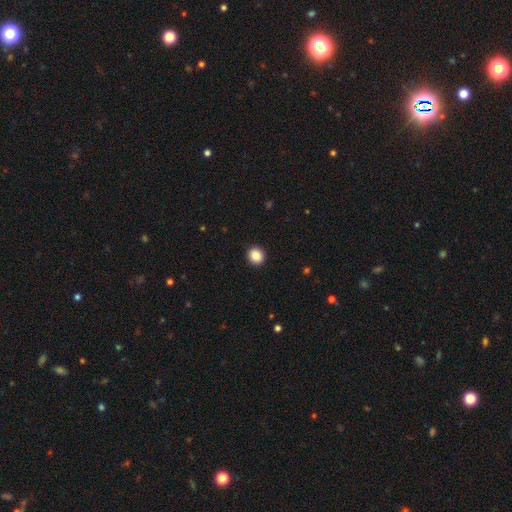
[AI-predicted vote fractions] smooth_or_featured: smooth (p=0.86) [alt: star or artifact p=0.09]
how_rounded: round (p=0.88) [alt: in between p=0.11]
merging: none (p=0.93) [alt: minor disturbance p=0.04]